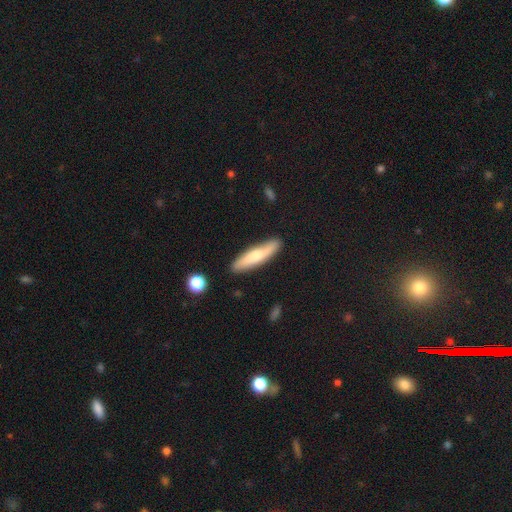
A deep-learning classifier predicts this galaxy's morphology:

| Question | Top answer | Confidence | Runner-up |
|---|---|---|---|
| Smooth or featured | smooth | 64% | featured or disk (31%) |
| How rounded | cigar-shaped | 83% | in between (16%) |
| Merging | none | 84% | minor disturbance (11%) |